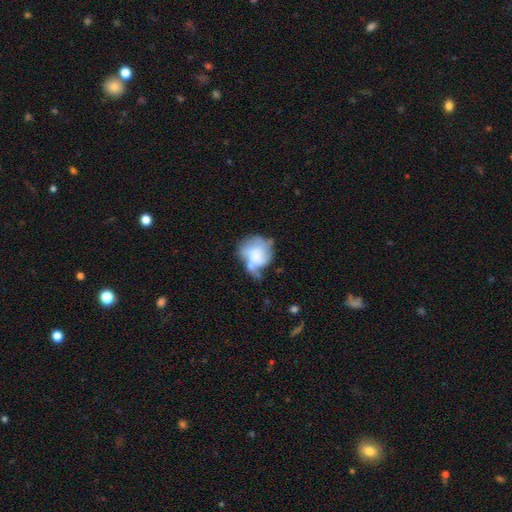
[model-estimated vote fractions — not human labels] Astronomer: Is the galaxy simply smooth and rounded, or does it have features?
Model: smooth — 53% (runner-up: featured or disk, 39%).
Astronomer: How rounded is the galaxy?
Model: round — 61% (runner-up: in between, 38%).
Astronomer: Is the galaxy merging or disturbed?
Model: major disturbance — 30% (runner-up: minor disturbance, 29%).